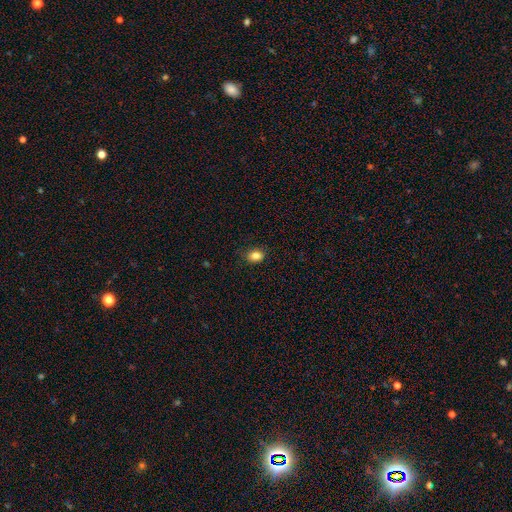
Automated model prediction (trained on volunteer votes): Morphology: type=smooth (85%); roundness=in between (67%); merging=none (85%).